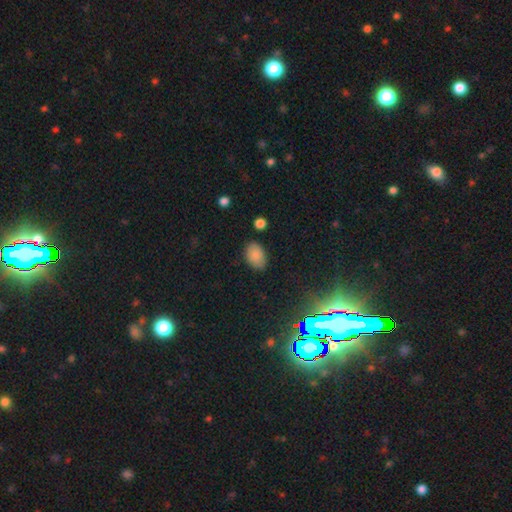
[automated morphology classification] A smooth galaxy with no disk features (84%) that is in between round and cigar-shaped (87%).

Vote fractions:
- Smooth or featured? smooth: 84% / star or artifact: 10% / featured or disk: 6%
- How rounded? in between: 87% / round: 11% / cigar-shaped: 1%
- Merging? none: 81% / minor disturbance: 14% / major disturbance: 3% / merger: 2%